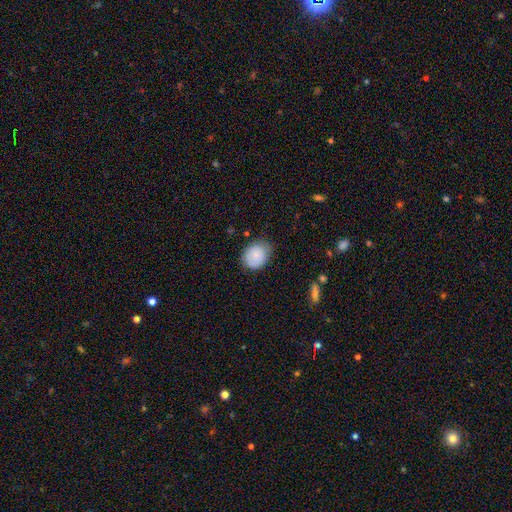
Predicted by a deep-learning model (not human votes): A smooth galaxy with no disk features (79%) that is round (59%). Merging: none (67%).